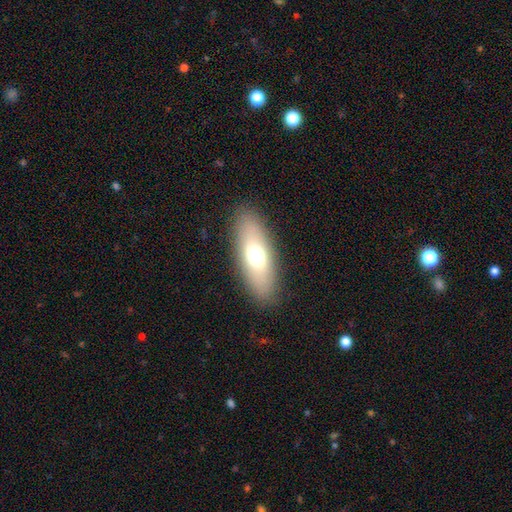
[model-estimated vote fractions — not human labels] A smooth galaxy with no disk features (65%) that is in between round and cigar-shaped (72%). Merging: none (87%).